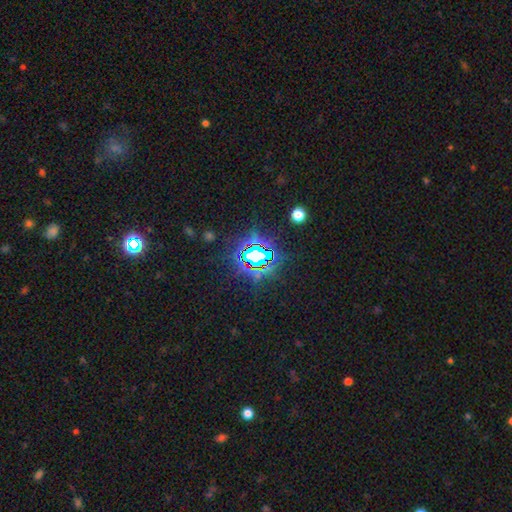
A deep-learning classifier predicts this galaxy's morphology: The model was most divided on "smooth or featured": star or artifact: 77%, smooth: 13%, featured or disk: 10%.